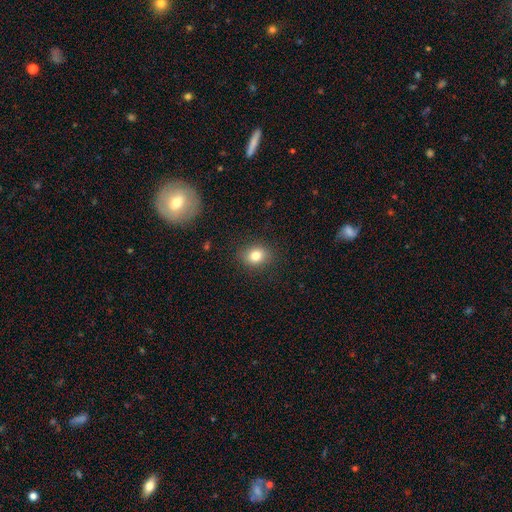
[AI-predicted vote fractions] Q: Smooth or featured?
A: smooth (81%); runner-up: star or artifact (11%)
Q: How rounded?
A: round (52%); runner-up: in between (47%)
Q: Merging?
A: none (87%); runner-up: minor disturbance (9%)